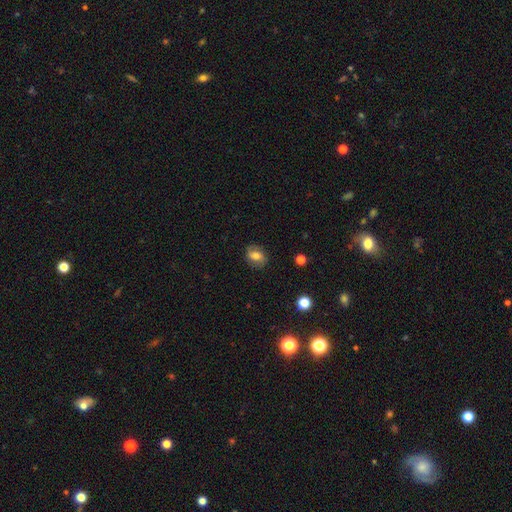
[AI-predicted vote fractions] Morphology: type=smooth (55%); roundness=in between (58%); merging=none (80%).